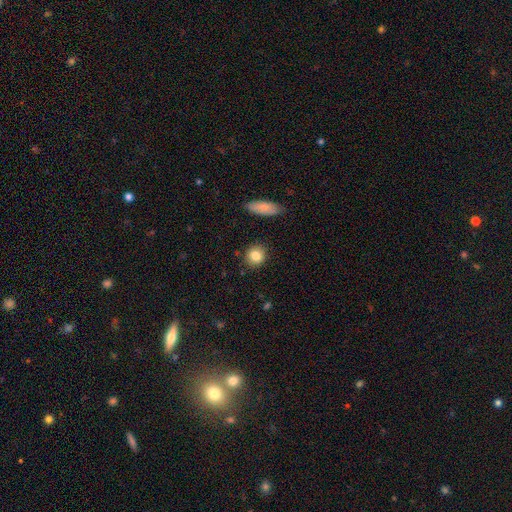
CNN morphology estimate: Smooth or featured?
  - smooth: 84% *
  - star or artifact: 9%
  - featured or disk: 8%
How rounded?
  - round: 78% *
  - in between: 21%
  - cigar-shaped: 2%
Merging?
  - none: 87% *
  - minor disturbance: 9%
  - major disturbance: 2%
  - merger: 2%